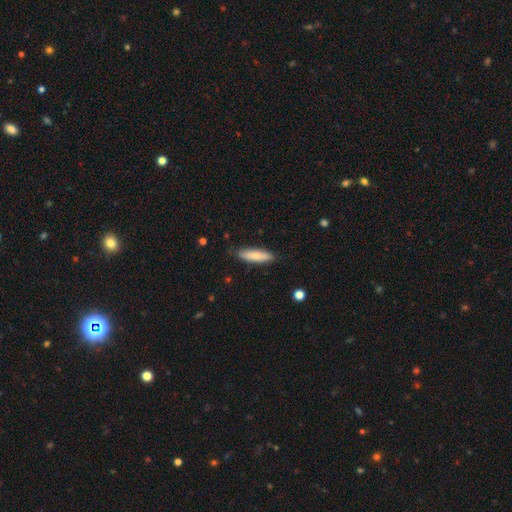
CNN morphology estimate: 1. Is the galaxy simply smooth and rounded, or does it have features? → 78% smooth, 16% featured or disk, 6% star or artifact.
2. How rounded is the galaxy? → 66% cigar-shaped, 33% in between, 2% round.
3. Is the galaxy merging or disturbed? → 84% none, 13% minor disturbance, 2% major disturbance, 1% merger.